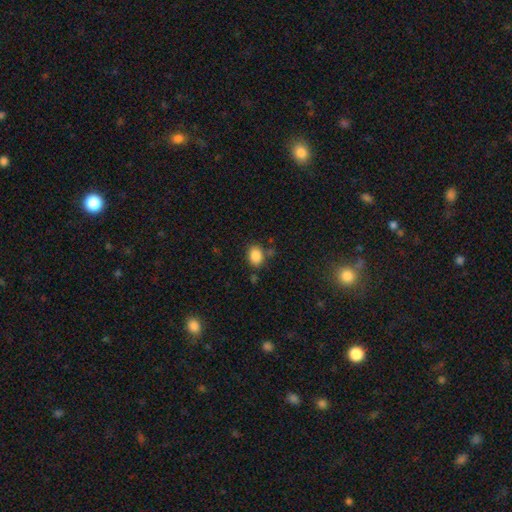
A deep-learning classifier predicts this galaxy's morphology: The model was most divided on "how rounded": in between: 63%, round: 36%, cigar-shaped: 1%. More confident: smooth or featured — smooth (86%); merging — none (75%).